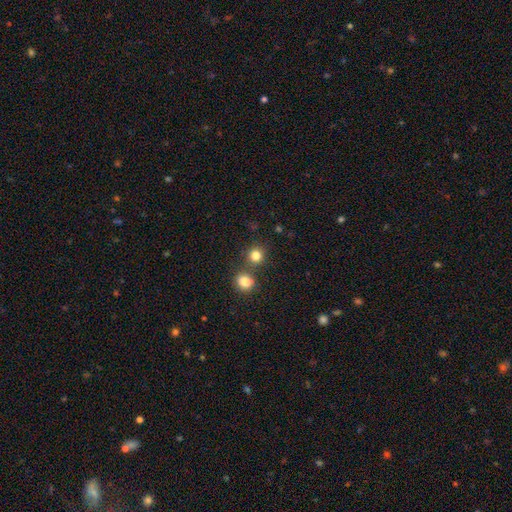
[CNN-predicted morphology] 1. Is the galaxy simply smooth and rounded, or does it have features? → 82% smooth, 13% star or artifact, 5% featured or disk.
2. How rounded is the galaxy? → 89% round, 10% in between, 1% cigar-shaped.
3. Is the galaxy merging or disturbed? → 72% none, 19% merger, 7% minor disturbance, 3% major disturbance.